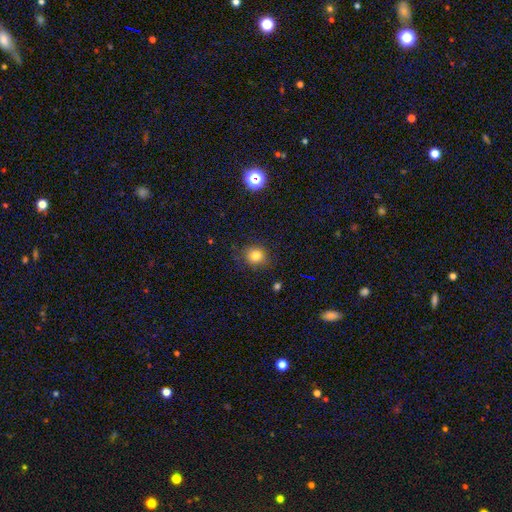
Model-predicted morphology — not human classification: smooth 80%, star or artifact 14%, featured or disk 7%. Down the decision tree: how rounded — round (83%); merging — none (84%).